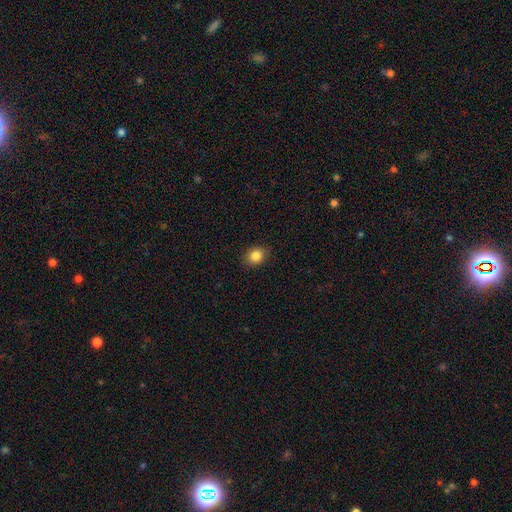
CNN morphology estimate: This appears to be a smooth galaxy with no disk features (85%) that is round (58%). Merging: none (88%).